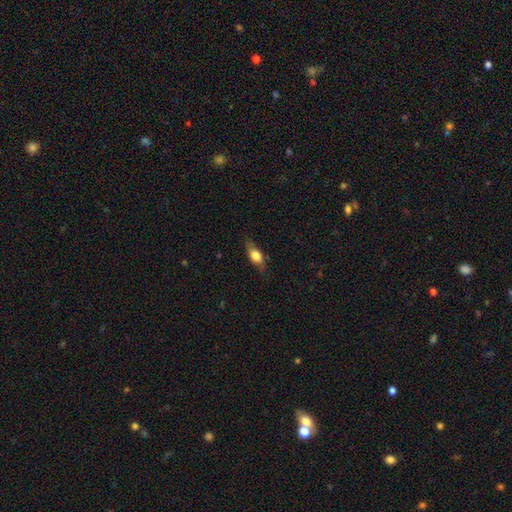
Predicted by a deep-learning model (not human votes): The model was most divided on "smooth or featured": smooth: 67%, featured or disk: 26%, star or artifact: 8%. More confident: merging — none (75%); how rounded — in between (71%).